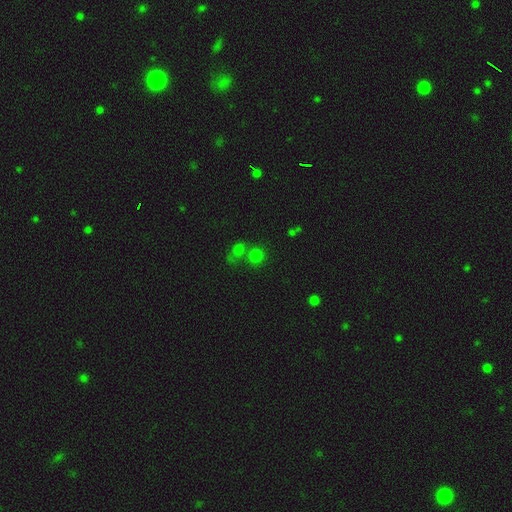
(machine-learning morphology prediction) Smooth or featured? smooth (72%)
How rounded? round (86%)
Merging? none (56%)